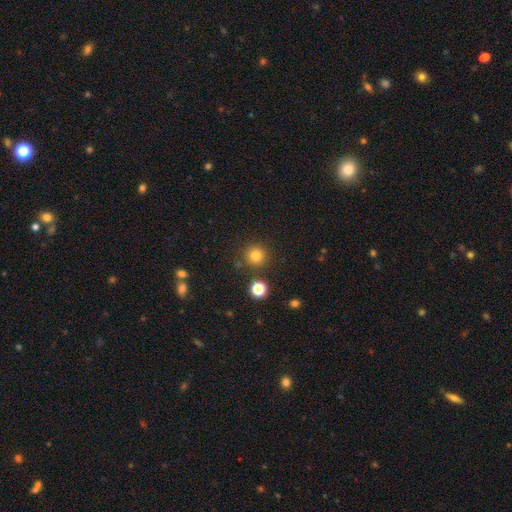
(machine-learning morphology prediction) Smooth or featured? smooth (80%)
How rounded? round (94%)
Merging? none (86%)